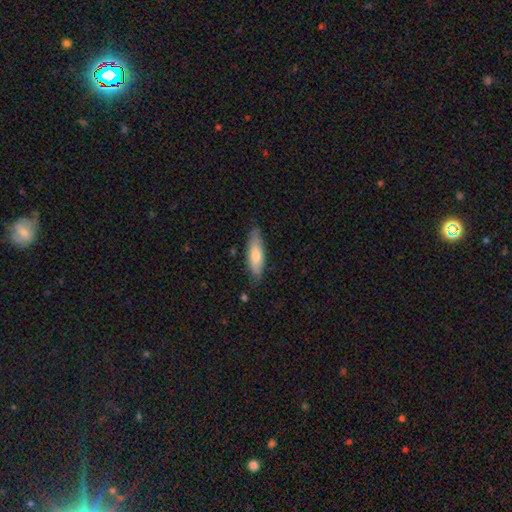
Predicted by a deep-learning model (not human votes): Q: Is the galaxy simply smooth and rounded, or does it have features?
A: smooth — 71%.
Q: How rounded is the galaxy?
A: cigar-shaped — 52%.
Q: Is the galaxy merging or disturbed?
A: none — 80%.